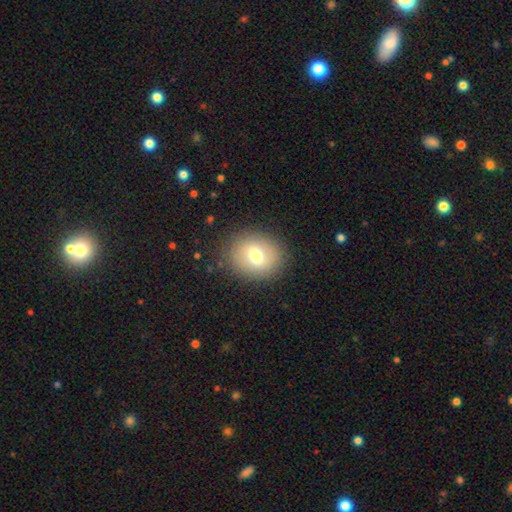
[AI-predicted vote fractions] Morphology: type=smooth (68%); roundness=round (65%); merging=none (85%).